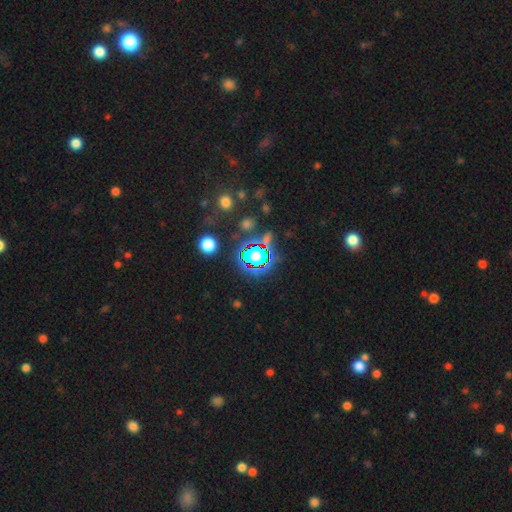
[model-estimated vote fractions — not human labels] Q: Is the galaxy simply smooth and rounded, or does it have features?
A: star or artifact — 60%.